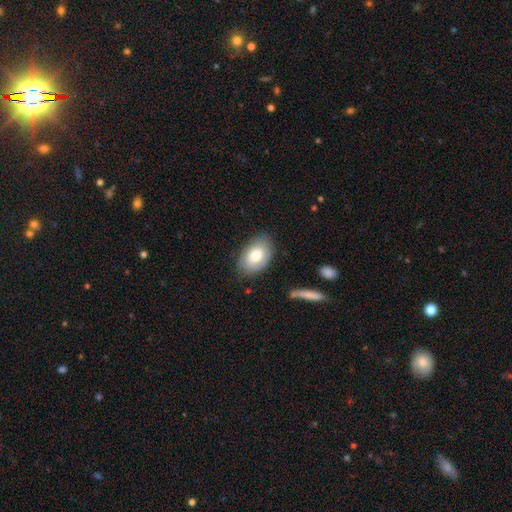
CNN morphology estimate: smooth 68%, featured or disk 25%, star or artifact 7%. Down the decision tree: how rounded — in between (89%); merging — none (75%).